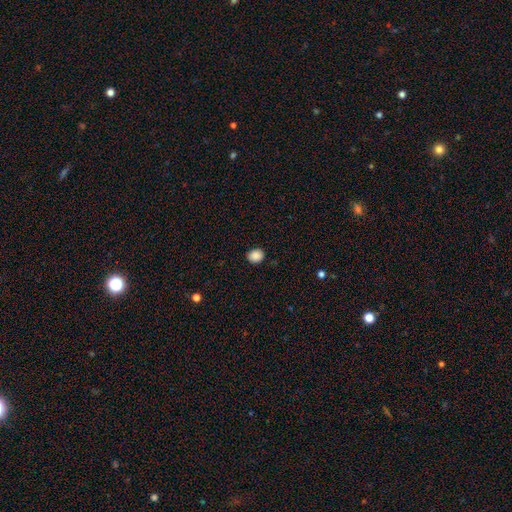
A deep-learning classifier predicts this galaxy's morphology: Smooth or featured?
  - smooth: 88% *
  - star or artifact: 9%
  - featured or disk: 3%
How rounded?
  - round: 65% *
  - in between: 34%
  - cigar-shaped: 1%
Merging?
  - none: 89% *
  - minor disturbance: 8%
  - major disturbance: 2%
  - merger: 1%